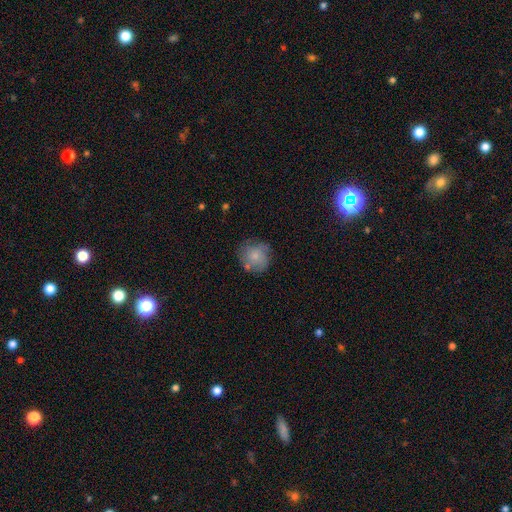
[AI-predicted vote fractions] A smooth galaxy with no disk features (72%) that is round (86%).

Vote fractions:
- Smooth or featured? smooth: 72% / featured or disk: 21% / star or artifact: 8%
- How rounded? round: 86% / in between: 13% / cigar-shaped: 1%
- Merging? none: 63% / minor disturbance: 23% / major disturbance: 8% / merger: 6%